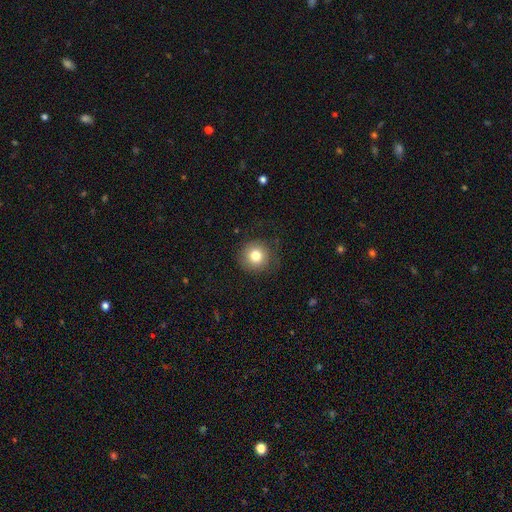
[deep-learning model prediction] Smooth or featured?
  - smooth: 81% *
  - star or artifact: 10%
  - featured or disk: 9%
How rounded?
  - round: 93% *
  - in between: 6%
  - cigar-shaped: 1%
Merging?
  - none: 83% *
  - minor disturbance: 11%
  - major disturbance: 5%
  - merger: 1%